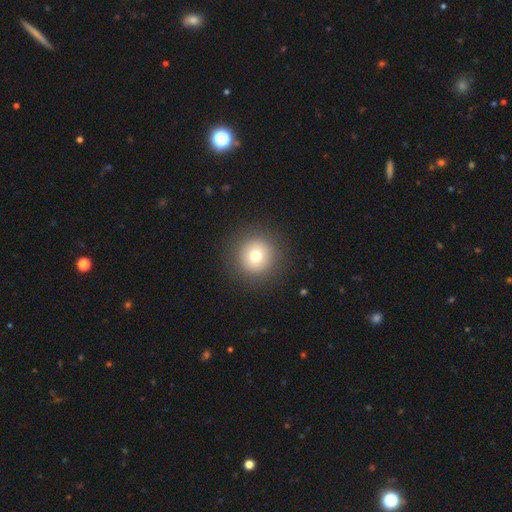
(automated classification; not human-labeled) A smooth galaxy with no disk features (74%) that is round (96%). Merging: none (92%).